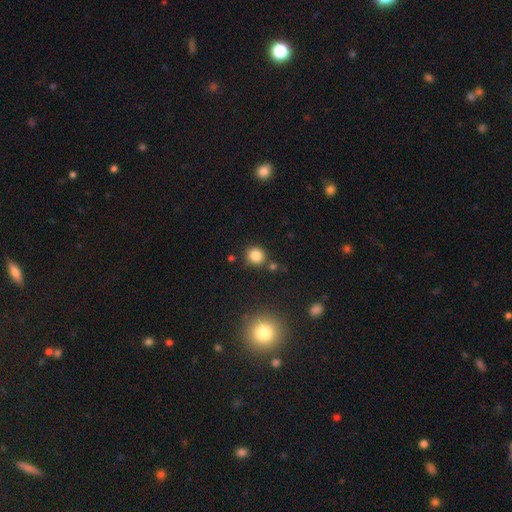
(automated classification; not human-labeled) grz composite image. It shows a smooth galaxy with no disk features (83%) that is round (86%). Merging: none (79%).